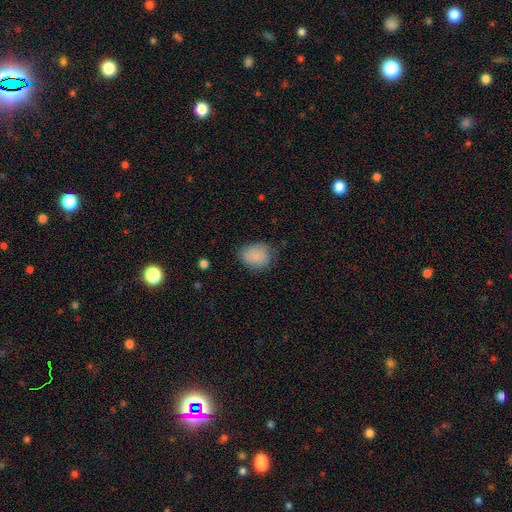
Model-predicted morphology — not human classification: type=smooth (86%); roundness=round (53%); merging=none (70%).